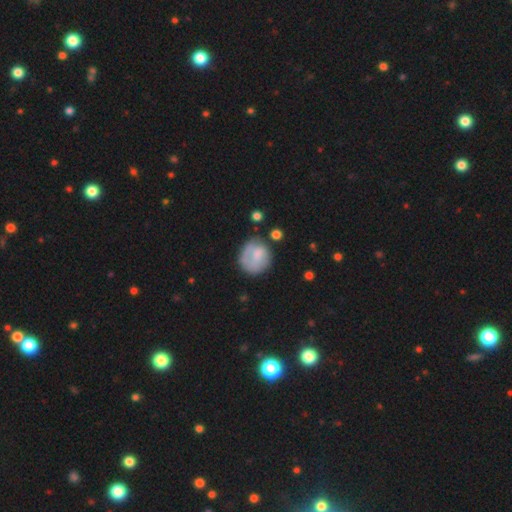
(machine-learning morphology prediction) Q: Smooth or featured?
A: smooth (63%); runner-up: featured or disk (29%)
Q: How rounded?
A: round (74%); runner-up: in between (25%)
Q: Merging?
A: none (53%); runner-up: minor disturbance (26%)